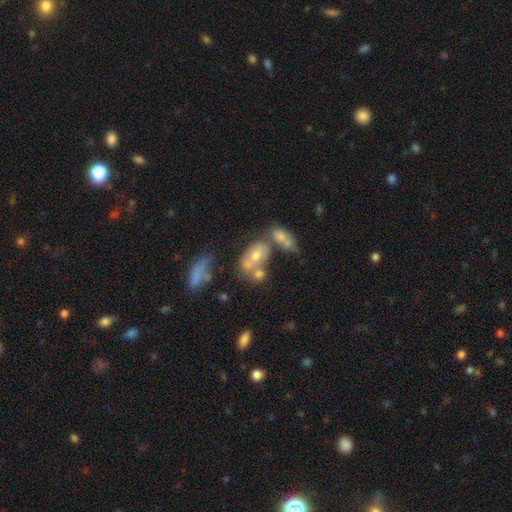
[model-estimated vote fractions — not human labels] Smooth or featured?
  - smooth: 51% *
  - featured or disk: 35%
  - star or artifact: 14%
How rounded?
  - in between: 82% *
  - round: 13%
  - cigar-shaped: 5%
Merging?
  - merger: 49% *
  - none: 28%
  - minor disturbance: 14%
  - major disturbance: 10%